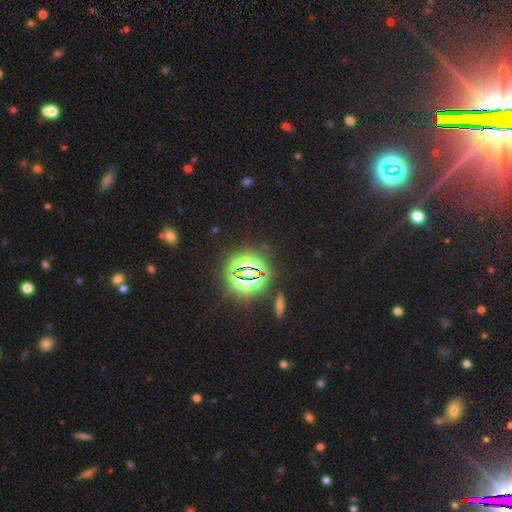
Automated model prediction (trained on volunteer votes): A star or artifact, not a galaxy (80%).

Vote fractions:
- Smooth or featured? star or artifact: 80% / smooth: 11% / featured or disk: 9%